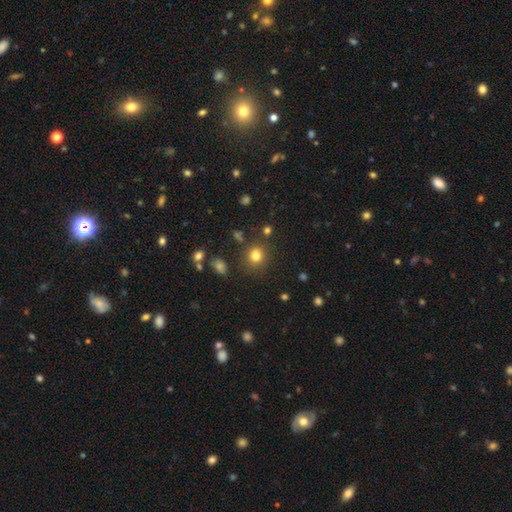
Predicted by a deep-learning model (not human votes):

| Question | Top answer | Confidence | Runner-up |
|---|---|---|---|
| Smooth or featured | smooth | 79% | star or artifact (14%) |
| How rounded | round | 83% | in between (16%) |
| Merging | none | 82% | minor disturbance (10%) |